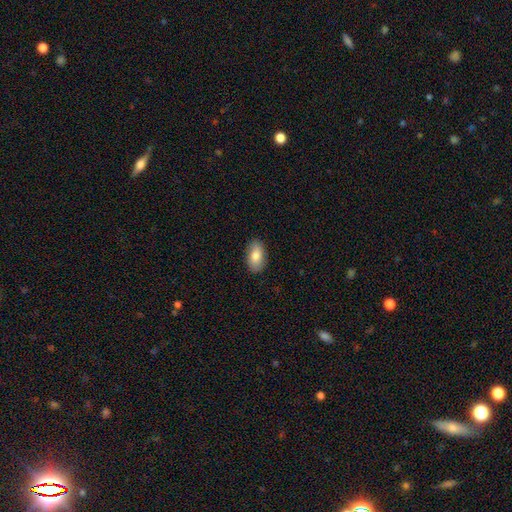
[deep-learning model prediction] The model was most divided on "smooth or featured": smooth: 83%, featured or disk: 11%, star or artifact: 6%. More confident: how rounded — in between (93%); merging — none (88%).